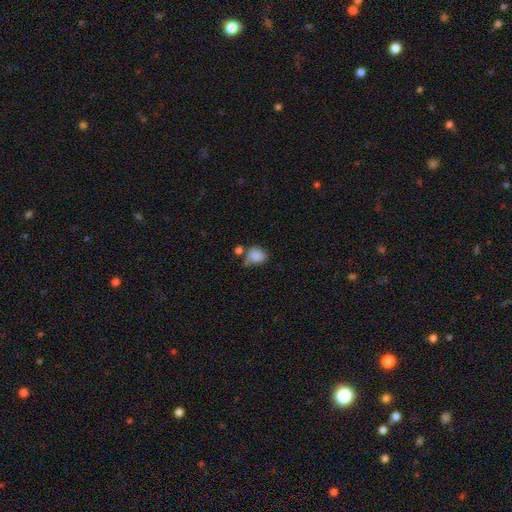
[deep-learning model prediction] Q: Smooth or featured?
A: smooth (83%); runner-up: star or artifact (10%)
Q: How rounded?
A: in between (52%); runner-up: round (47%)
Q: Merging?
A: none (40%); runner-up: minor disturbance (27%)